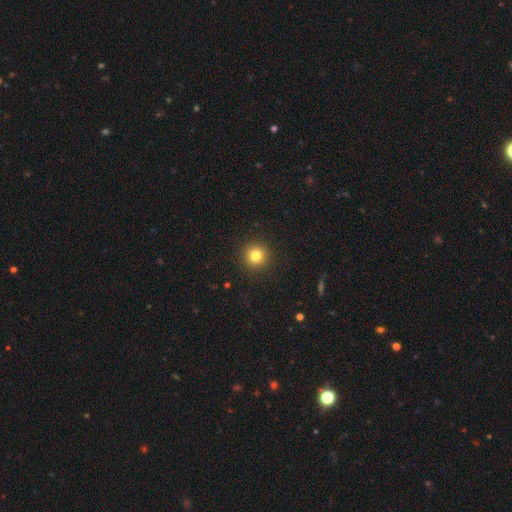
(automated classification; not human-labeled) This is clearly a smooth galaxy (81%). How rounded: clearly round (95%). Merging: clearly none (92%).